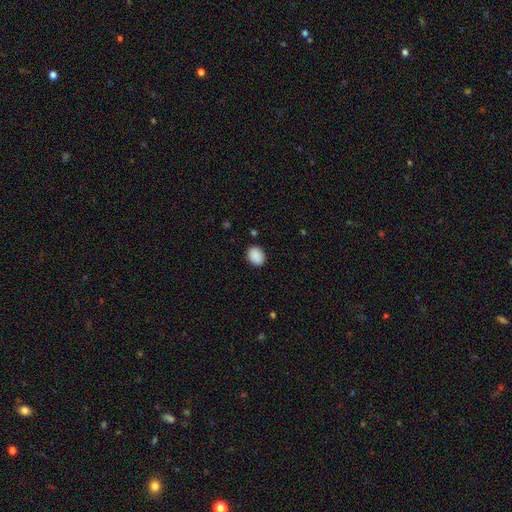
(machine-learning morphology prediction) Q: Smooth or featured?
A: smooth (90%); runner-up: star or artifact (8%)
Q: How rounded?
A: in between (56%); runner-up: round (43%)
Q: Merging?
A: none (87%); runner-up: minor disturbance (10%)